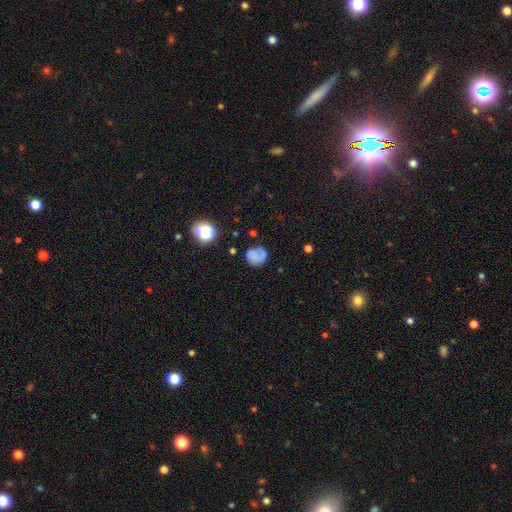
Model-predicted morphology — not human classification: Smooth or featured? Predicted: smooth (p=0.61). How rounded? Predicted: round (p=0.76). Merging? Predicted: none (p=0.59).